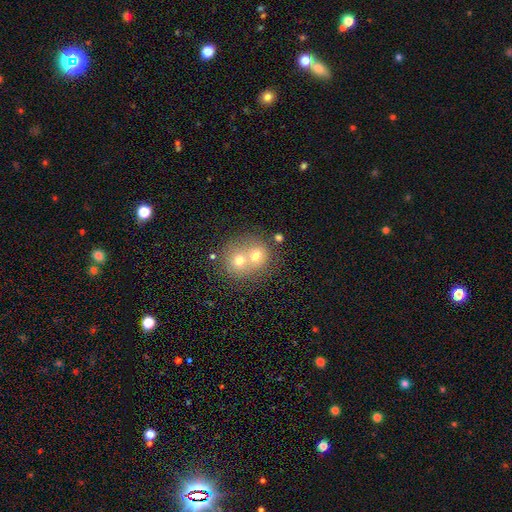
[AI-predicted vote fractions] A smooth galaxy with no disk features (64%) that is round (79%).

Vote fractions:
- Smooth or featured? smooth: 64% / featured or disk: 24% / star or artifact: 12%
- How rounded? round: 79% / in between: 20% / cigar-shaped: 1%
- Merging? merger: 63% / none: 28% / minor disturbance: 6% / major disturbance: 3%